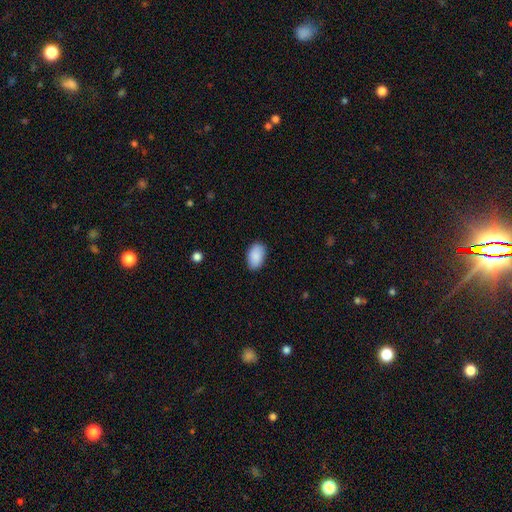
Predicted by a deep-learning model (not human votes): Overall: smooth (90%). How rounded: in between (93%). Merging: none (86%).